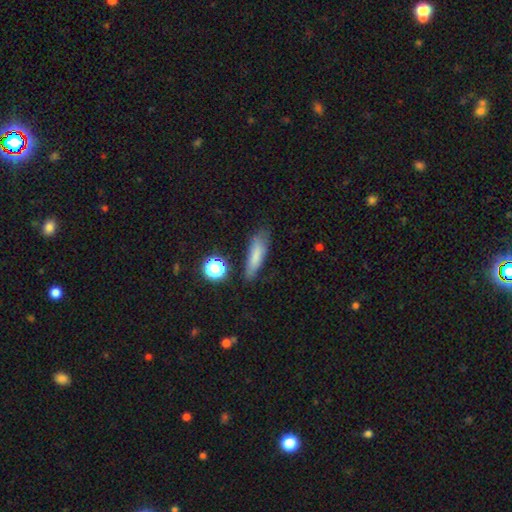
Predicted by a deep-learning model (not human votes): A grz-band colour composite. It shows a smooth galaxy with no disk features (76%) that is cigar-shaped (61%). Merging: none (70%).